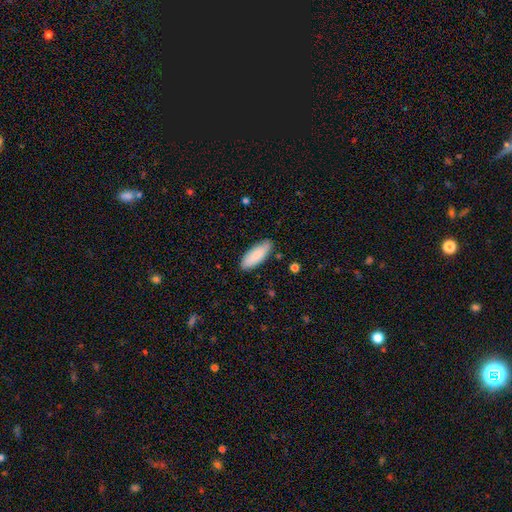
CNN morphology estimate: A smooth galaxy with no disk features (88%) that is in between round and cigar-shaped (72%). Merging: none (83%).